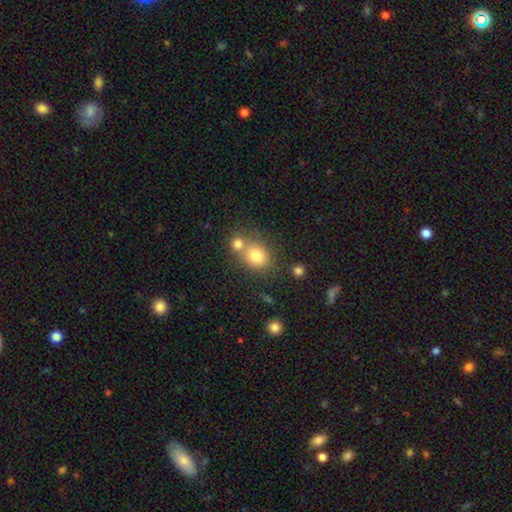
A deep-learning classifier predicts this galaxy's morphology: smooth_or_featured: smooth (p=0.79) [alt: star or artifact p=0.11]
how_rounded: round (p=0.59) [alt: in between p=0.40]
merging: none (p=0.50) [alt: merger p=0.36]